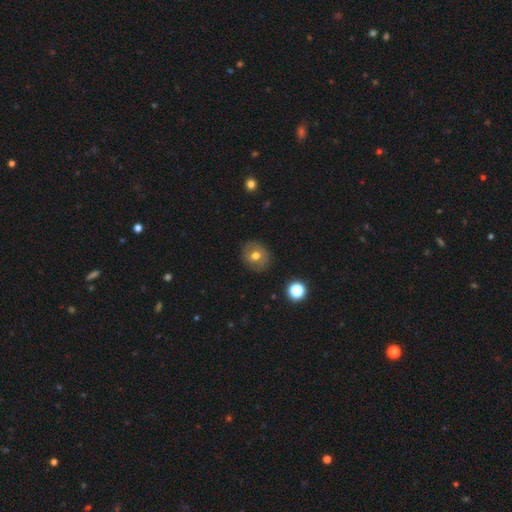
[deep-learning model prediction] Smooth or featured? Predicted: smooth (p=0.62). How rounded? Predicted: round (p=0.80). Merging? Predicted: none (p=0.85).